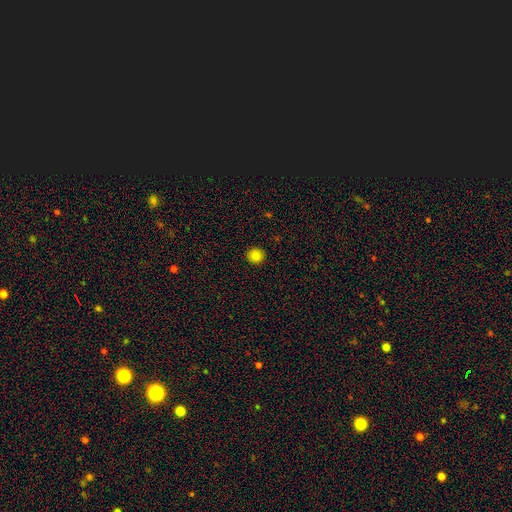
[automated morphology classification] A smooth galaxy with no disk features (84%) that is round (92%).

Vote fractions:
- Smooth or featured? smooth: 84% / star or artifact: 11% / featured or disk: 5%
- How rounded? round: 92% / in between: 7% / cigar-shaped: 1%
- Merging? none: 93% / minor disturbance: 5% / major disturbance: 1% / merger: 1%